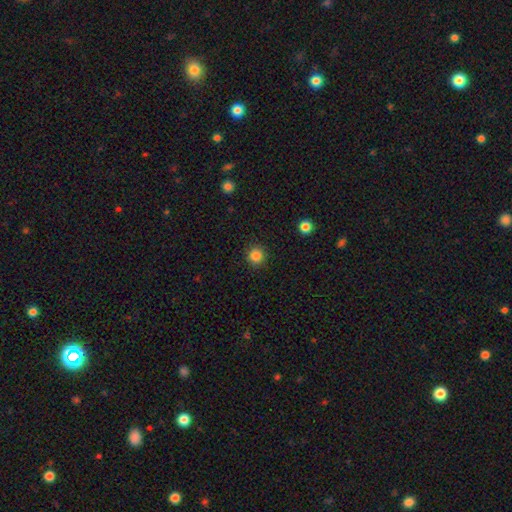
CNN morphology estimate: Smooth or featured?
  - smooth: 85% *
  - star or artifact: 11%
  - featured or disk: 4%
How rounded?
  - round: 94% *
  - in between: 5%
  - cigar-shaped: 1%
Merging?
  - none: 91% *
  - minor disturbance: 6%
  - major disturbance: 2%
  - merger: 1%